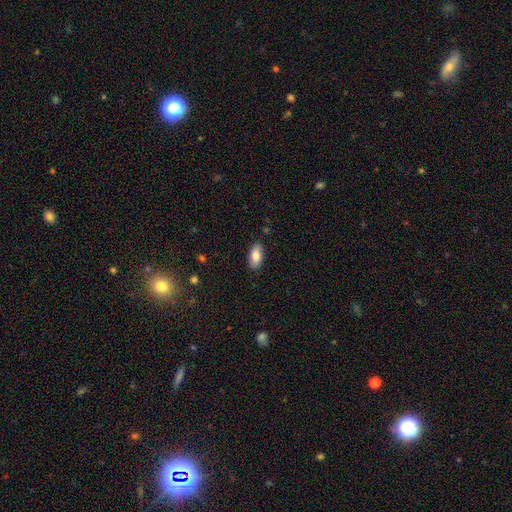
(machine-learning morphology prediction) A smooth galaxy with no disk features (83%) that is in between round and cigar-shaped (91%). Merging: none (86%).